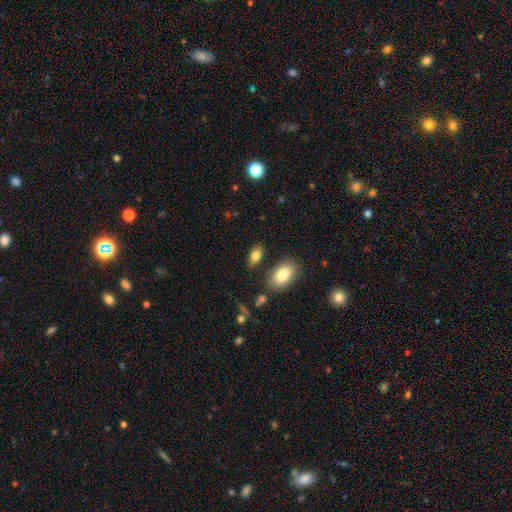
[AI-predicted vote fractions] Smooth or featured? Predicted: smooth (p=0.82). How rounded? Predicted: in between (p=0.90). Merging? Predicted: none (p=0.78).